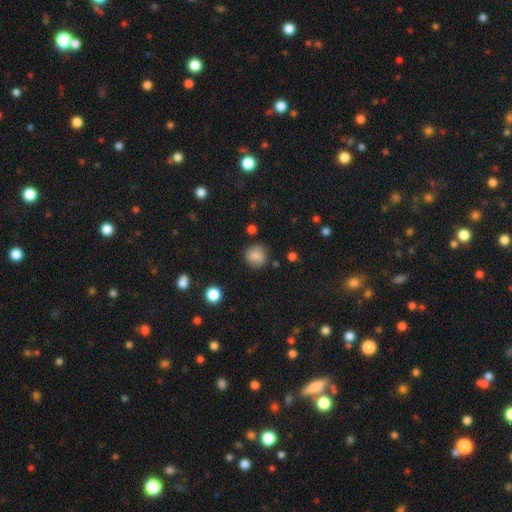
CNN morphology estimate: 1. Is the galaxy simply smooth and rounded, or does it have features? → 84% smooth, 10% star or artifact, 6% featured or disk.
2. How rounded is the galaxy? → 90% round, 9% in between, 1% cigar-shaped.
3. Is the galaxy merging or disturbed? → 85% none, 10% minor disturbance, 3% major disturbance, 2% merger.